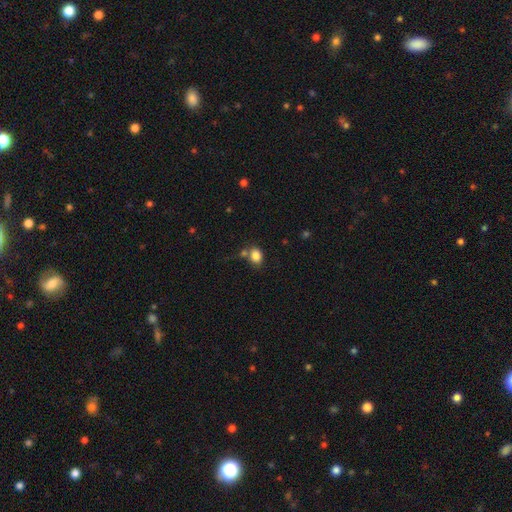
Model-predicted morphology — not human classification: This appears to be a smooth galaxy with no disk features (84%) that is in between round and cigar-shaped (58%). Merging: none (59%).